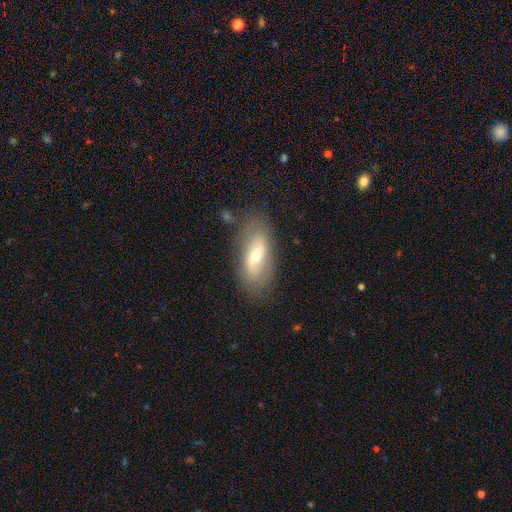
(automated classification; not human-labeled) Q: Smooth or featured?
A: featured or disk (56%); runner-up: smooth (37%)
Q: Edge-on disk?
A: no (83%); runner-up: yes (17%)
Q: Merging?
A: none (79%); runner-up: minor disturbance (14%)